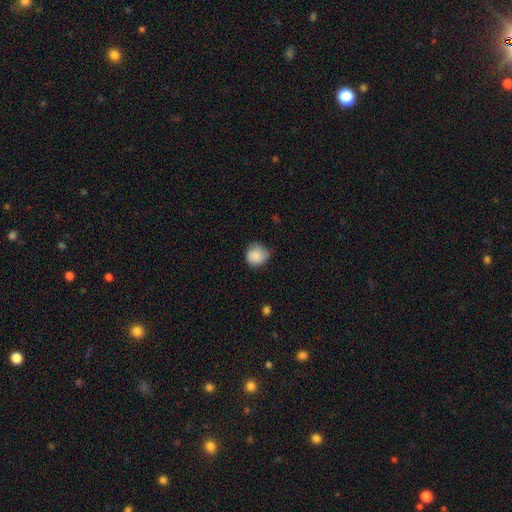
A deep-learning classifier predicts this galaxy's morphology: Q: Smooth or featured?
A: smooth (84%); runner-up: featured or disk (9%)
Q: How rounded?
A: round (87%); runner-up: in between (13%)
Q: Merging?
A: none (60%); runner-up: minor disturbance (32%)